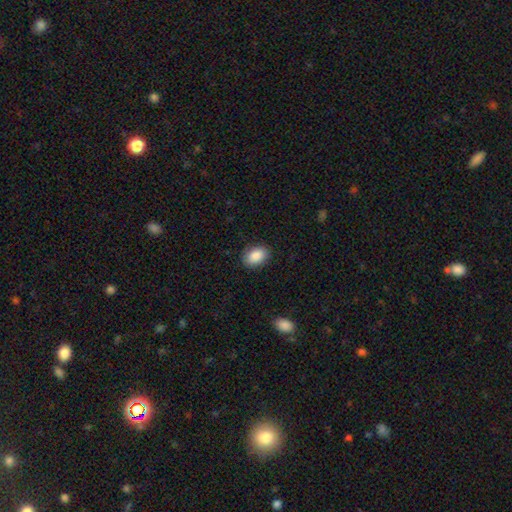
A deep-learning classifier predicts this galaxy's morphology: This is clearly a smooth galaxy (89%). How rounded: clearly in between (82%). Merging: clearly none (87%).